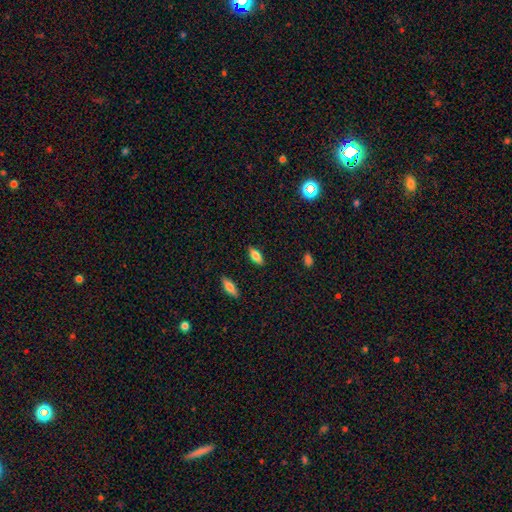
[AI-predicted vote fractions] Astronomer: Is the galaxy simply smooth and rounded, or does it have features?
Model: smooth — 77%.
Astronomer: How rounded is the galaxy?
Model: in between — 83%.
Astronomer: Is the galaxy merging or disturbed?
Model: none — 86%.